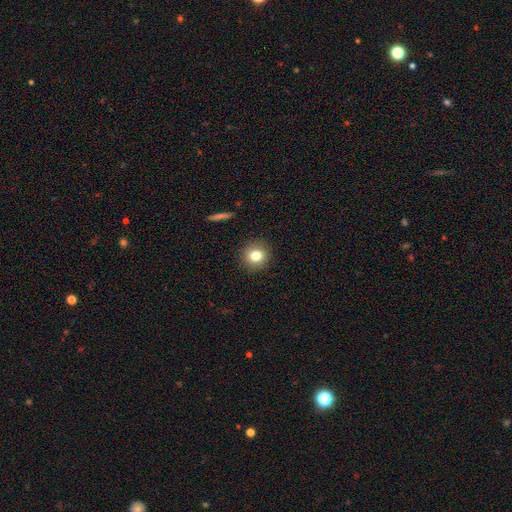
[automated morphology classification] This appears to be a smooth galaxy with no disk features (79%) that is round (91%). Merging: none (91%).